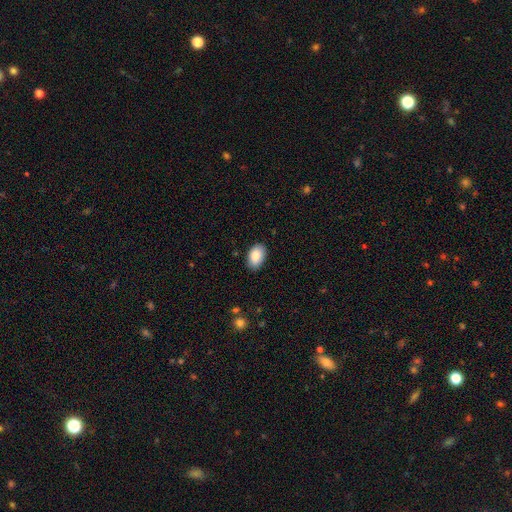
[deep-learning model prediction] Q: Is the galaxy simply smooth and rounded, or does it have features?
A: smooth — 86%.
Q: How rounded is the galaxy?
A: in between — 92%.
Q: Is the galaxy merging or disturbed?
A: none — 86%.